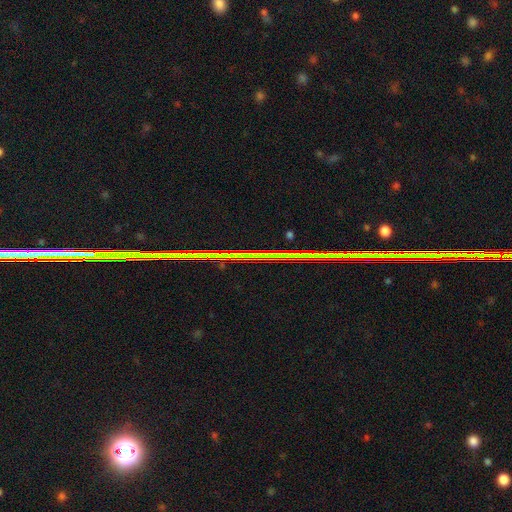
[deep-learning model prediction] Smooth or featured: star or artifact — 80% (featured or disk — 12%)